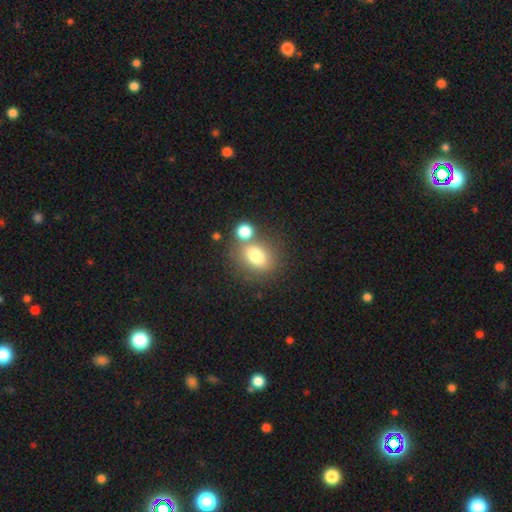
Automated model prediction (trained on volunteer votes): Smooth or featured? Predicted: smooth (p=0.76). How rounded? Predicted: in between (p=0.58). Merging? Predicted: none (p=0.57).